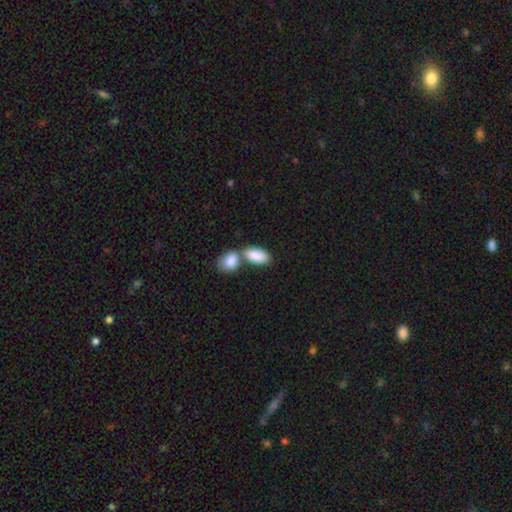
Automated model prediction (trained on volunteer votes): smooth-or-featured: smooth: 87% | featured or disk: 7% | star or artifact: 6%
  how-rounded: in between: 92% | cigar-shaped: 4% | round: 4%
  merging: merger: 53% | none: 35% | minor disturbance: 9% | major disturbance: 3%